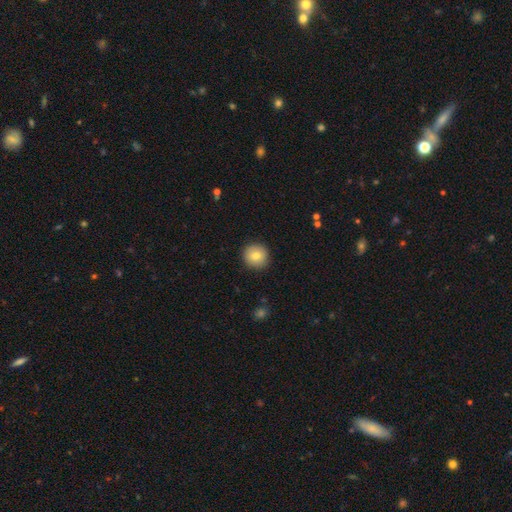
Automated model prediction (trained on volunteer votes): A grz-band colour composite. It shows a smooth galaxy with no disk features (79%) that is round (95%). Merging: none (91%).